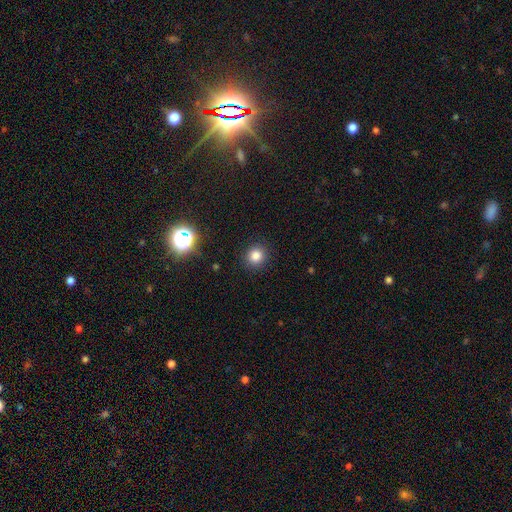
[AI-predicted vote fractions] Smooth or featured? smooth (81%)
How rounded? round (88%)
Merging? none (90%)